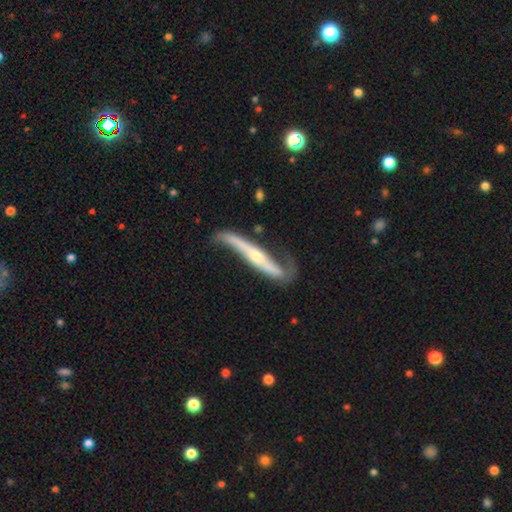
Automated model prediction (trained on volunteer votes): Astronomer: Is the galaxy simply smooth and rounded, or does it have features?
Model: featured or disk — 82%.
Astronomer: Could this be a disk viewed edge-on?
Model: yes — 55% (runner-up: no, 45%).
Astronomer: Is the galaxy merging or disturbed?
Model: none — 50% (runner-up: minor disturbance, 27%).